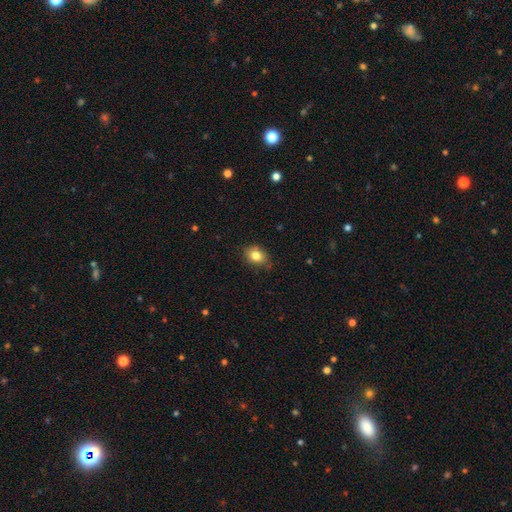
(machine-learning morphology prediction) Q: Smooth or featured?
A: smooth (81%); runner-up: star or artifact (10%)
Q: How rounded?
A: in between (67%); runner-up: round (32%)
Q: Merging?
A: none (79%); runner-up: minor disturbance (17%)